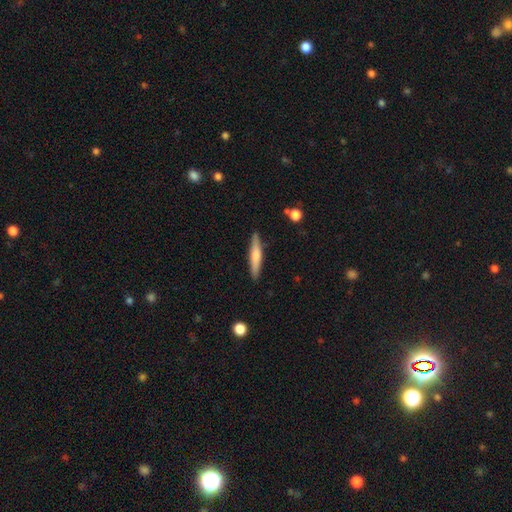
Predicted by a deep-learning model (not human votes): Smooth or featured?
  - smooth: 60% *
  - featured or disk: 34%
  - star or artifact: 6%
How rounded?
  - cigar-shaped: 90% *
  - in between: 8%
  - round: 1%
Merging?
  - none: 89% *
  - minor disturbance: 8%
  - major disturbance: 2%
  - merger: 1%